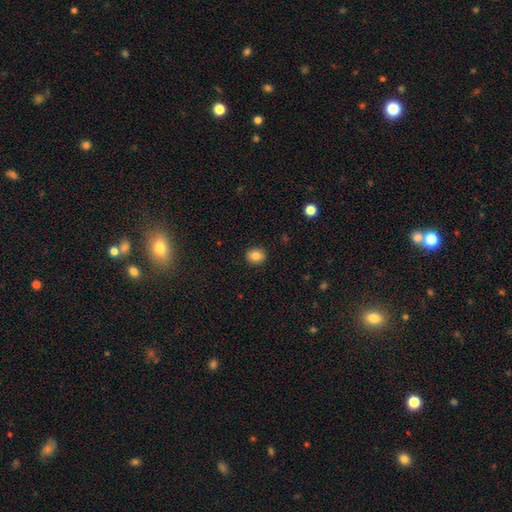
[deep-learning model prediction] The model was most divided on "how rounded": round: 69%, in between: 30%, cigar-shaped: 1%. More confident: merging — none (90%); smooth or featured — smooth (83%).